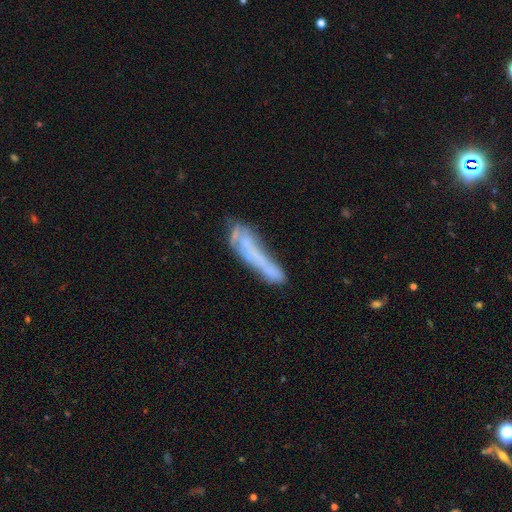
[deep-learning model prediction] A smooth galaxy with no disk features (46%).

Vote fractions:
- Smooth or featured? smooth: 46% / featured or disk: 44% / star or artifact: 10%
- Merging? none: 42% / minor disturbance: 23% / merger: 18% / major disturbance: 16%